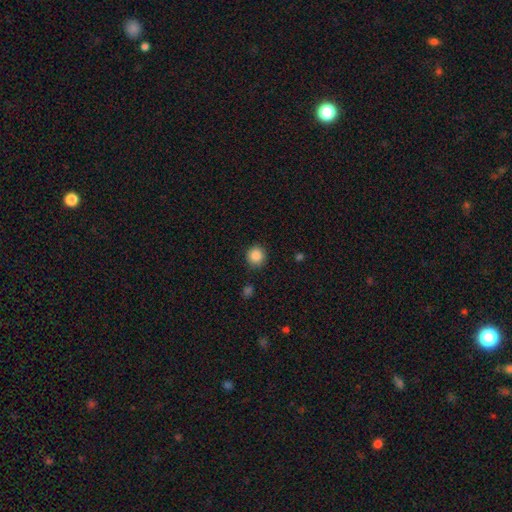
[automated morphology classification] This is clearly a smooth galaxy (87%). How rounded: clearly round (92%). Merging: clearly none (89%).